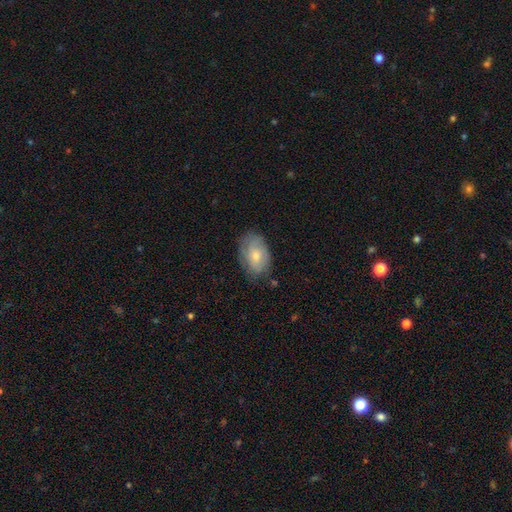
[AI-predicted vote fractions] Smooth or featured? Predicted: smooth (p=0.54). How rounded? Predicted: in between (p=0.87). Merging? Predicted: none (p=0.71).